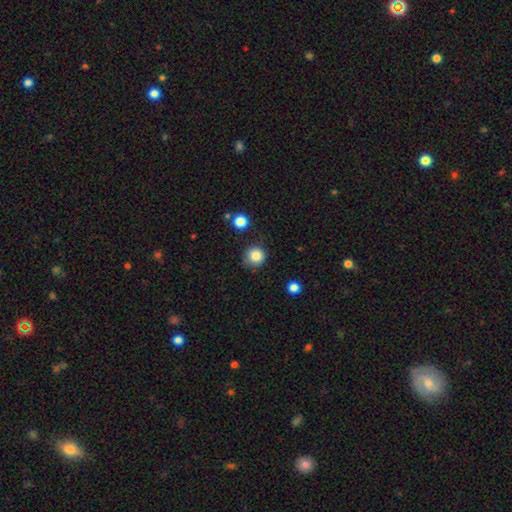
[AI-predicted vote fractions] A smooth galaxy with no disk features (85%) that is round (93%). Merging: none (82%).